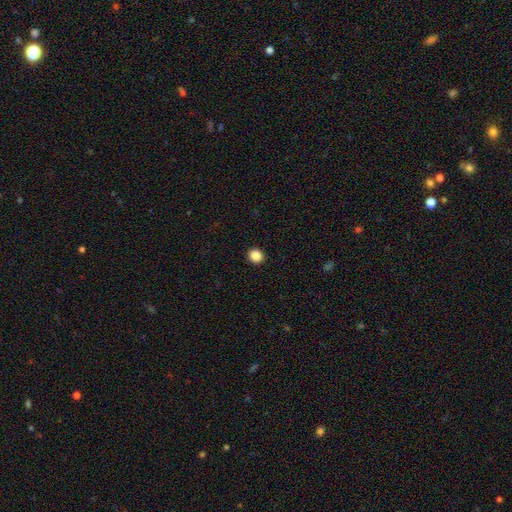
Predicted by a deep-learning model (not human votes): Overall: smooth (86%). How rounded: round (89%). Merging: none (93%).